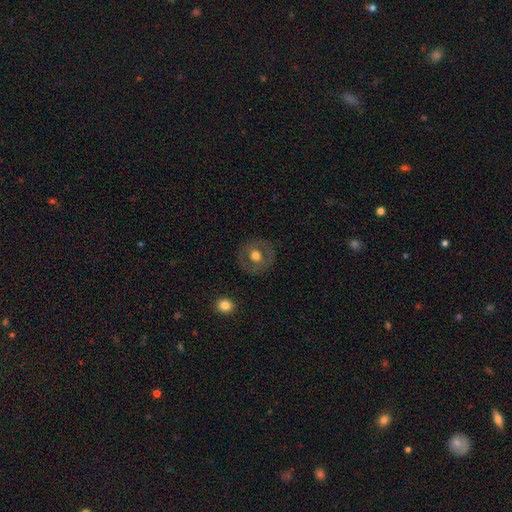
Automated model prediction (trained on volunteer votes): smooth 54%, featured or disk 39%, star or artifact 8%. Down the decision tree: how rounded — round (89%); merging — none (85%).